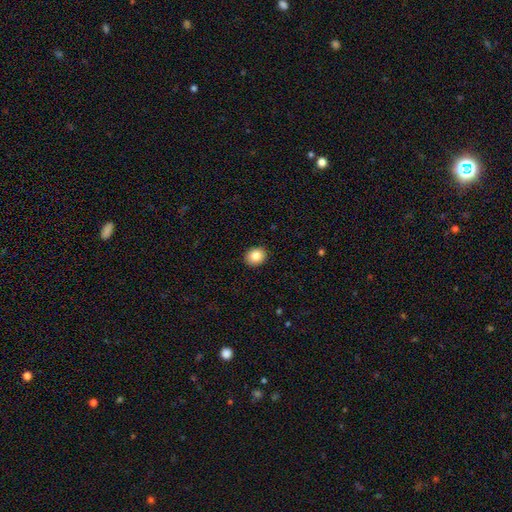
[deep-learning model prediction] This appears to be a smooth galaxy with no disk features (84%) that is round (57%). Merging: none (91%).